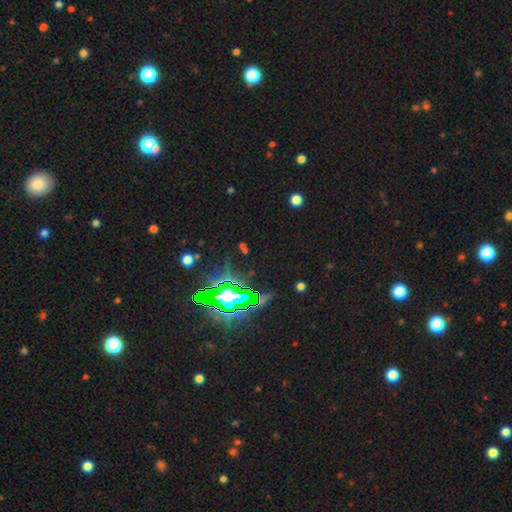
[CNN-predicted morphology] This is clearly a star or artifact rather than a galaxy (82%).